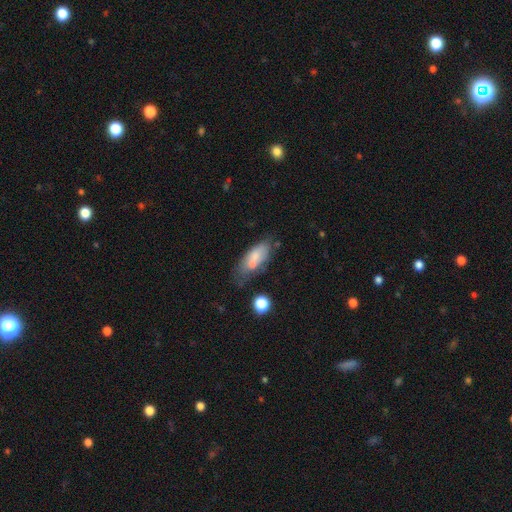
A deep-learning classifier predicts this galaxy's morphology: smooth-or-featured: smooth: 68% | featured or disk: 24% | star or artifact: 8%
  how-rounded: in between: 81% | cigar-shaped: 16% | round: 3%
  merging: none: 43% | minor disturbance: 24% | merger: 21% | major disturbance: 11%